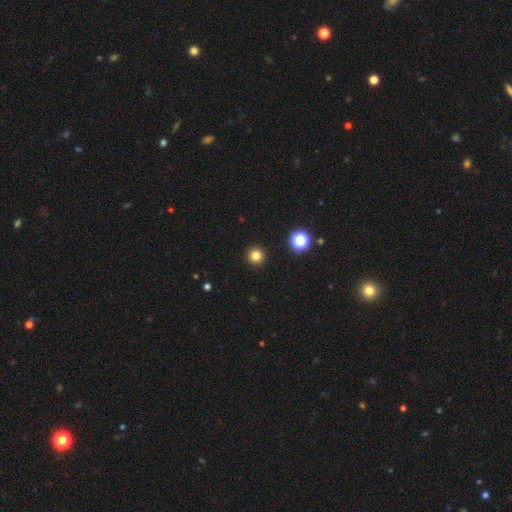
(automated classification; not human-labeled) Overall: smooth (81%). How rounded: round (96%). Merging: none (93%).